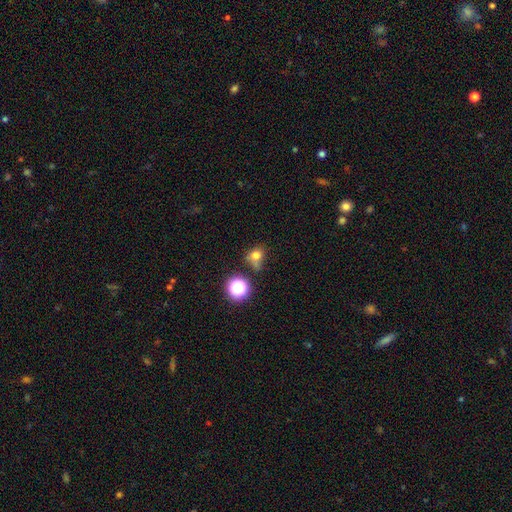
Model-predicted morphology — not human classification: This appears to be a smooth galaxy with no disk features (71%) that is round (65%). Merging: none (47%).